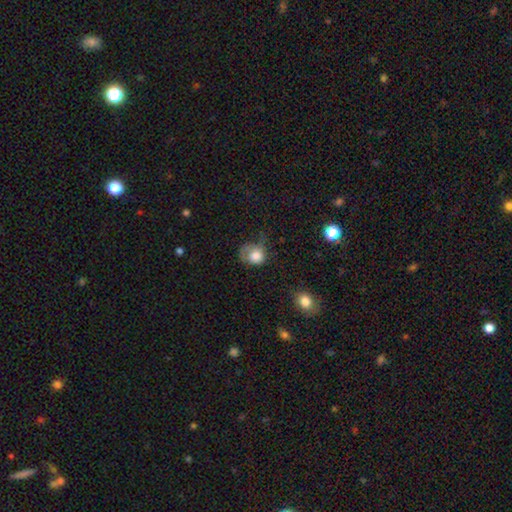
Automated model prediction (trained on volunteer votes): The model was most divided on "merging": major disturbance: 37%, minor disturbance: 31%, none: 28%, merger: 3%. More confident: smooth or featured — smooth (77%); how rounded — round (69%).